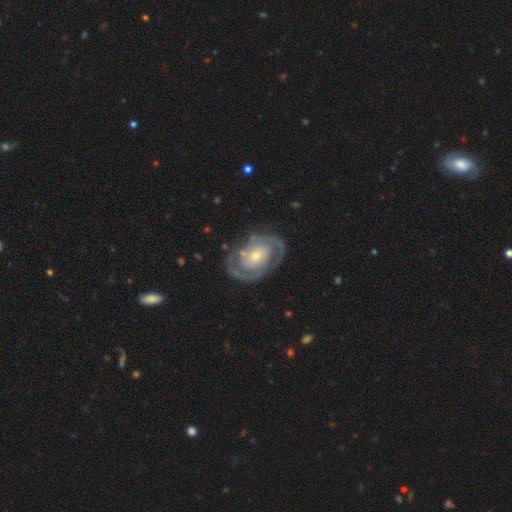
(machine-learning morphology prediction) This appears to be a featured or disk galaxy (85%) with no bar (71%), 2 (67%) tight (58%) spiral arms (92%) and a small central bulge (62%). Merging: none (75%).